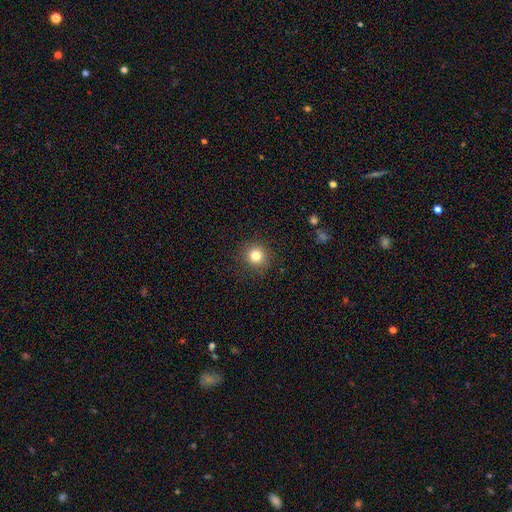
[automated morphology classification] The model was most divided on "smooth or featured": smooth: 81%, star or artifact: 12%, featured or disk: 6%. More confident: how rounded — round (94%); merging — none (90%).